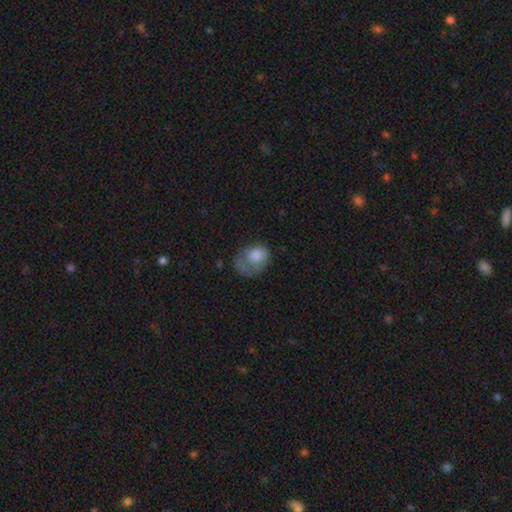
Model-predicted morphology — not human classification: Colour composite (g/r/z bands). It shows a smooth galaxy with no disk features (67%) that is in between round and cigar-shaped (57%). Merging: major disturbance (37%).